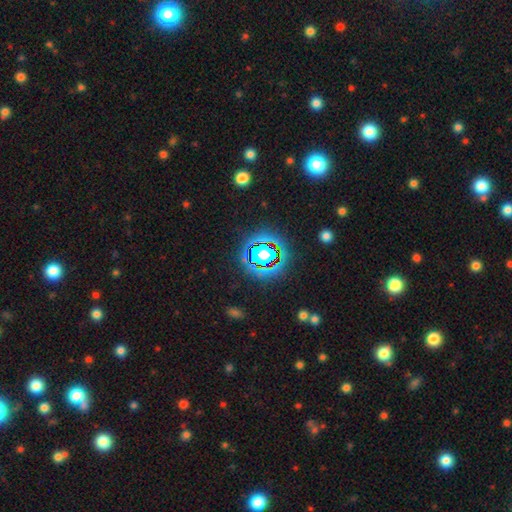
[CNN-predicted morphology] Smooth or featured? Predicted: star or artifact (p=0.78).